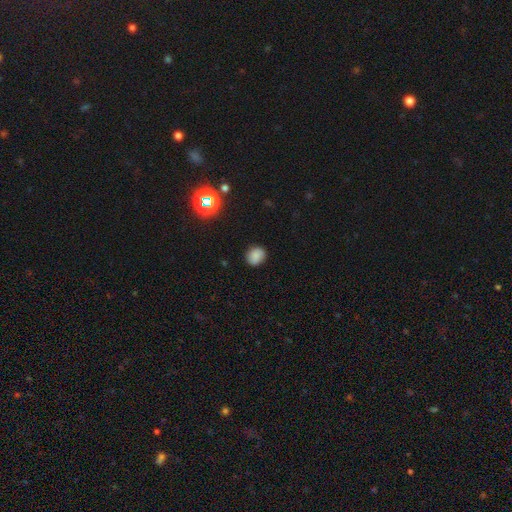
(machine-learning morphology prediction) Overall: smooth (80%). How rounded: round (65%; in between 34%). Merging: none (85%).